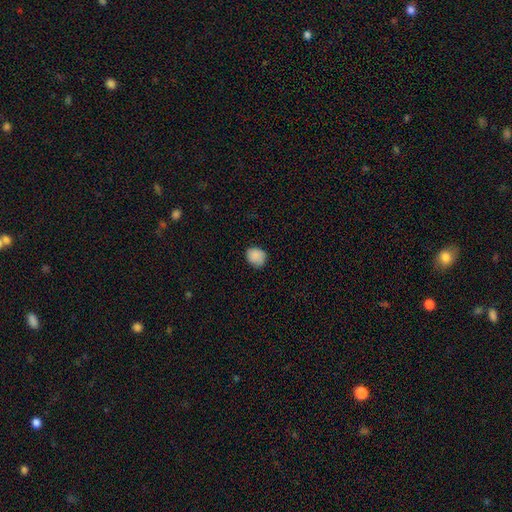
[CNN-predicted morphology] The model was most divided on "how rounded": round: 73%, in between: 26%, cigar-shaped: 1%. More confident: smooth or featured — smooth (86%); merging — none (77%).